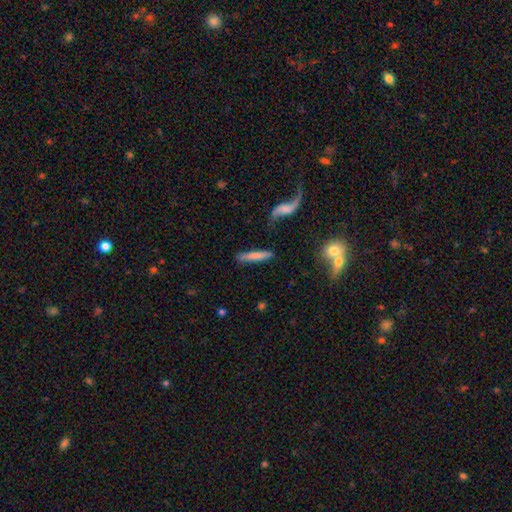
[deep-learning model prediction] Smooth or featured: smooth — 67% (featured or disk — 27%)
How rounded: cigar-shaped — 91% (in between — 7%)
Merging: none — 79% (minor disturbance — 13%)